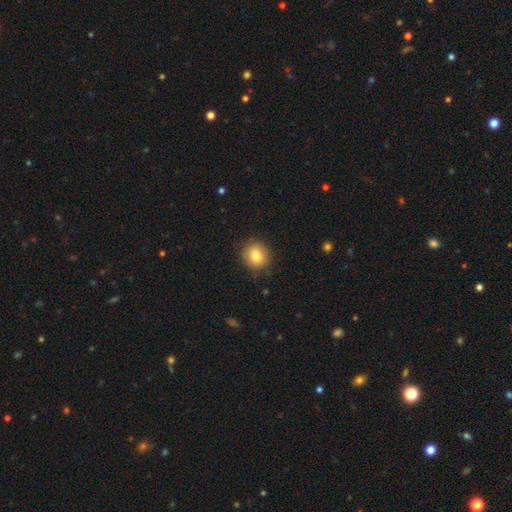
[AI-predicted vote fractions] This appears to be a smooth galaxy with no disk features (80%) that is round (83%). Merging: none (85%).